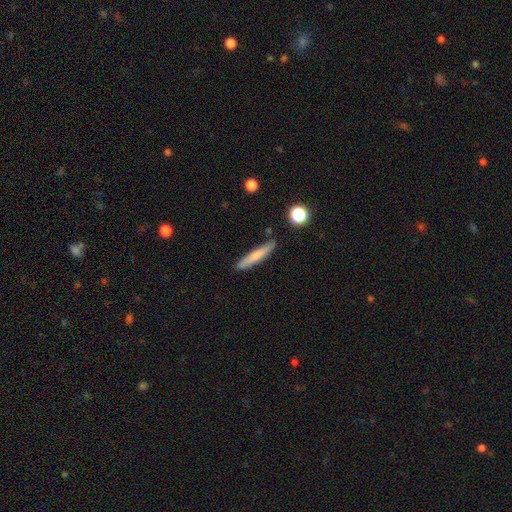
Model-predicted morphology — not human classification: Q: Smooth or featured?
A: smooth (67%); runner-up: featured or disk (27%)
Q: How rounded?
A: cigar-shaped (93%); runner-up: in between (6%)
Q: Merging?
A: none (85%); runner-up: minor disturbance (11%)